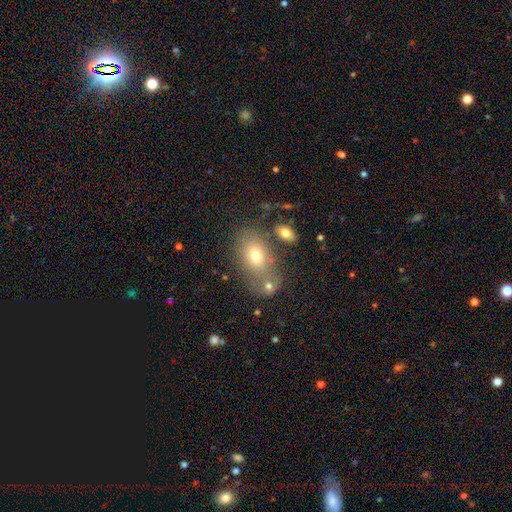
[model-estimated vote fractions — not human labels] Smooth or featured: smooth — 69% (featured or disk — 19%)
How rounded: in between — 83% (round — 15%)
Merging: none — 51% (merger — 28%)